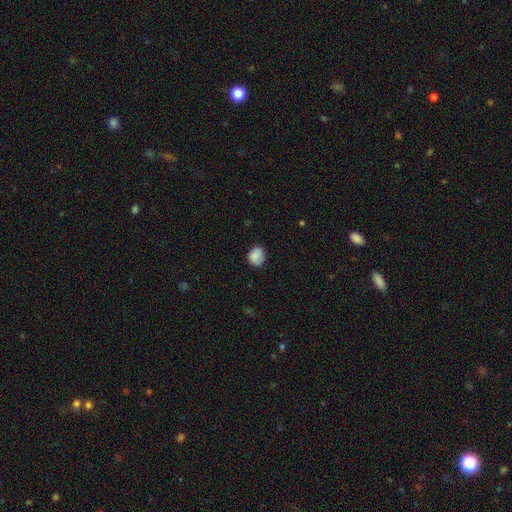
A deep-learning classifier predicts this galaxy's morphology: Smooth or featured? smooth (84%)
How rounded? round (64%)
Merging? none (74%)